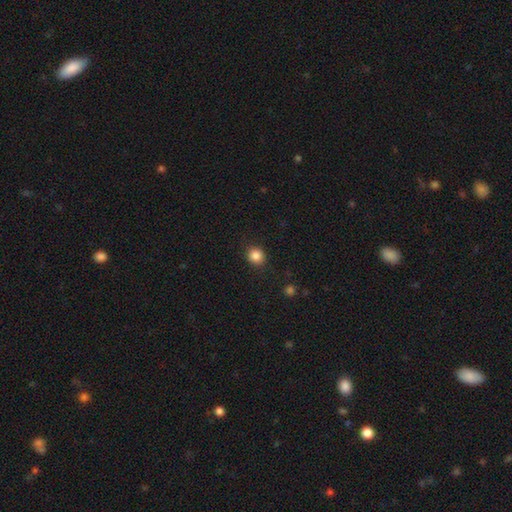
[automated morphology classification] smooth-or-featured: smooth: 86% | star or artifact: 10% | featured or disk: 4%
  how-rounded: round: 81% | in between: 18% | cigar-shaped: 1%
  merging: none: 89% | minor disturbance: 8% | major disturbance: 2% | merger: 1%